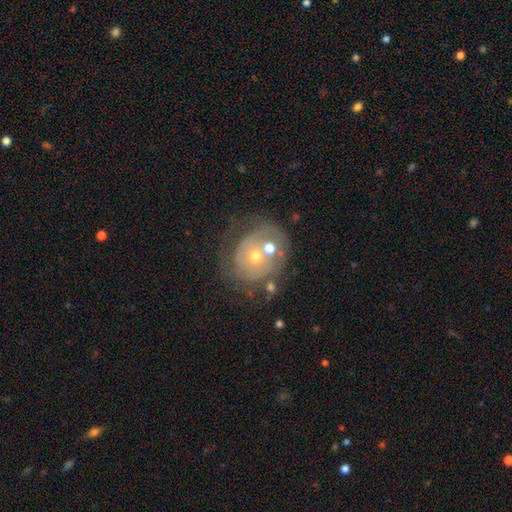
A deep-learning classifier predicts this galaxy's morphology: type=featured or disk (64%); edge-on=no (97%); bar=no (87%); spiral arms=yes (56%); bulge=small (49%); merging=none (43%).